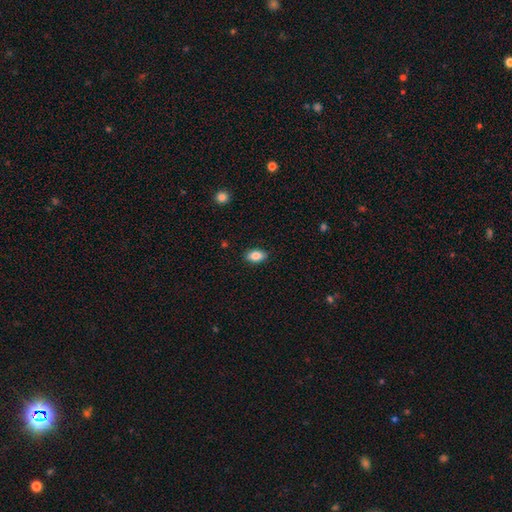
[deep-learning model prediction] This appears to be a smooth galaxy with no disk features (86%) that is in between round and cigar-shaped (89%). Merging: none (88%).